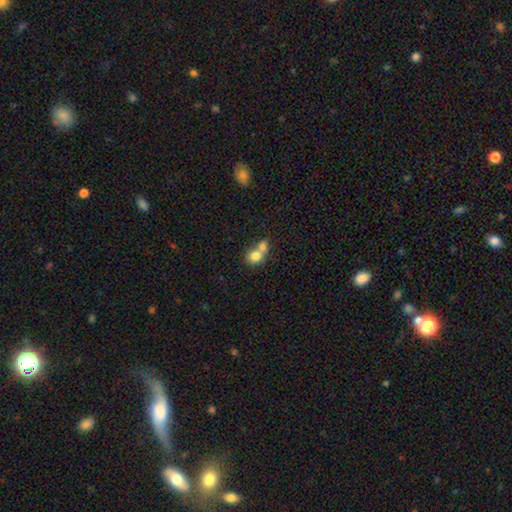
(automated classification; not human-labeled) This is likely a smooth galaxy (78%). How rounded: likely round (70%). Merging: likely merger (66%).